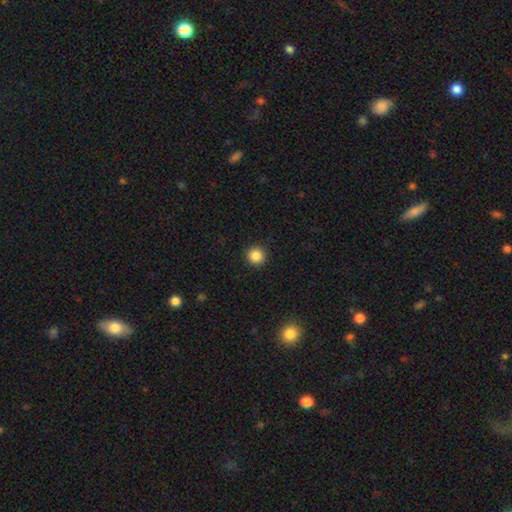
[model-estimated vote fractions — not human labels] Smooth or featured? smooth (86%)
How rounded? round (95%)
Merging? none (93%)